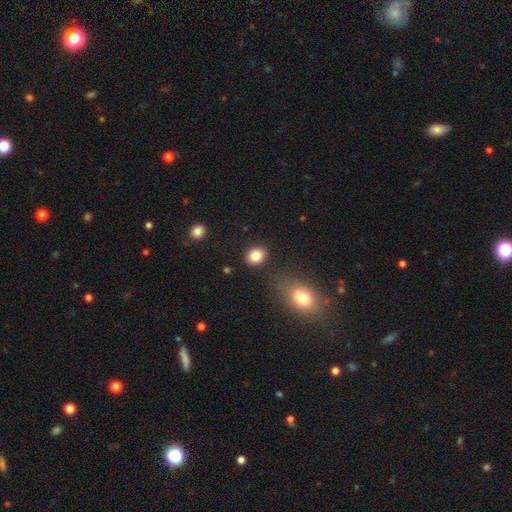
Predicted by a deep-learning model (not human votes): Smooth or featured? Predicted: smooth (p=0.84). How rounded? Predicted: round (p=0.51). Merging? Predicted: none (p=0.85).